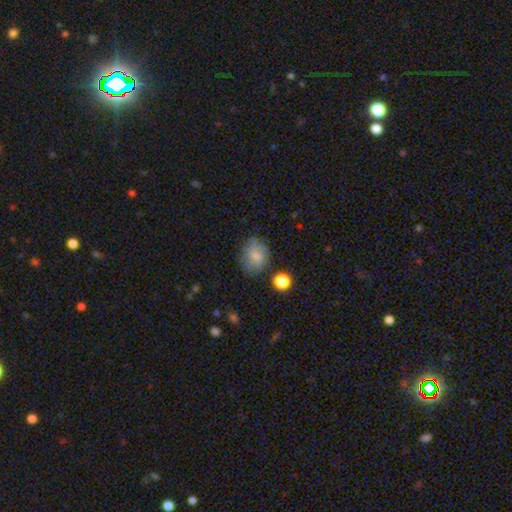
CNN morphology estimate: This appears to be a smooth galaxy with no disk features (74%) that is in between round and cigar-shaped (51%). Merging: none (63%).